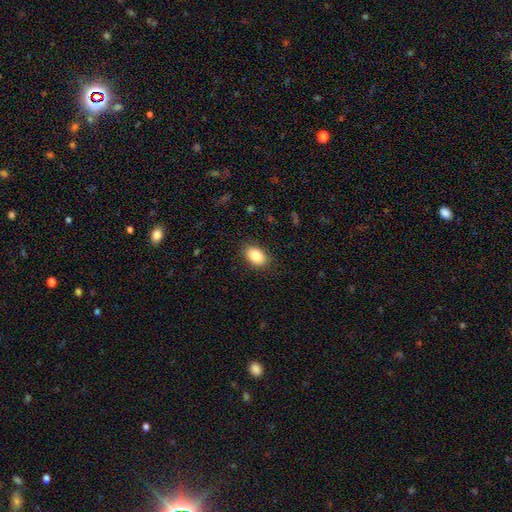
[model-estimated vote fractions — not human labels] Smooth or featured: smooth — 86% (star or artifact — 8%)
How rounded: in between — 88% (round — 10%)
Merging: none — 87% (minor disturbance — 10%)